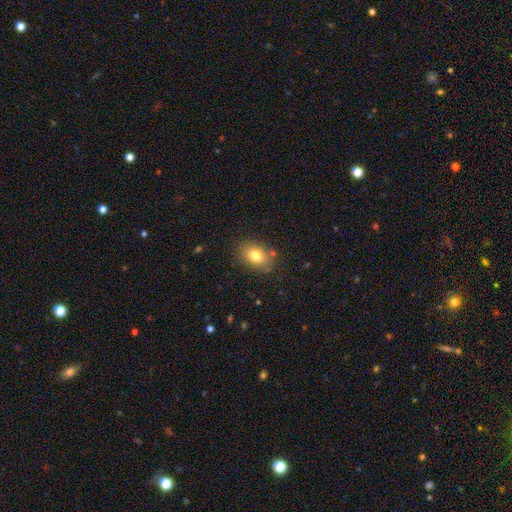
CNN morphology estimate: Q: Smooth or featured?
A: smooth (79%); runner-up: featured or disk (11%)
Q: How rounded?
A: in between (72%); runner-up: round (27%)
Q: Merging?
A: none (81%); runner-up: minor disturbance (12%)